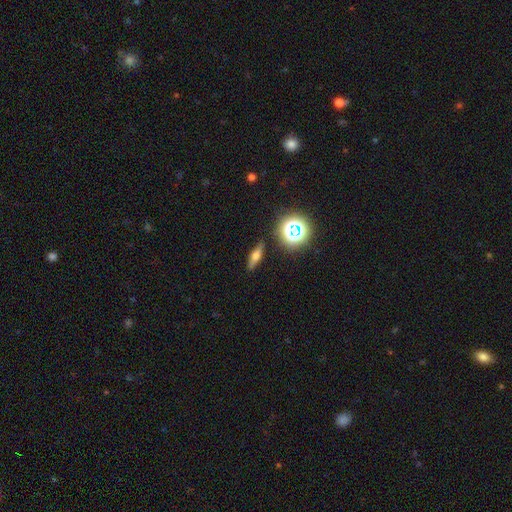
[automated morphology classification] Overall: smooth (45%; featured or disk 39%). Merging: none (88%).